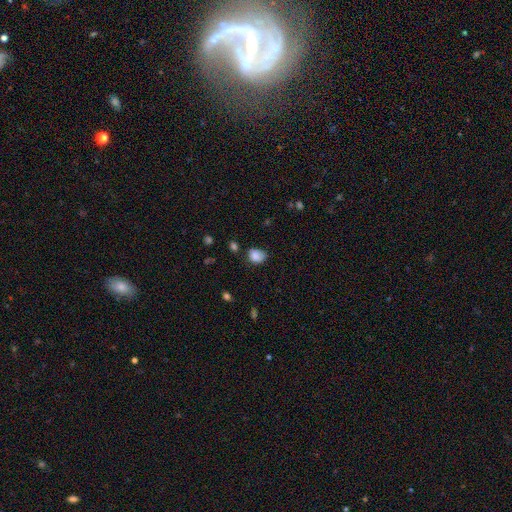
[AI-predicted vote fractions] smooth-or-featured: smooth: 83% | star or artifact: 10% | featured or disk: 7%
  how-rounded: in between: 54% | round: 45% | cigar-shaped: 1%
  merging: none: 54% | minor disturbance: 32% | major disturbance: 9% | merger: 4%